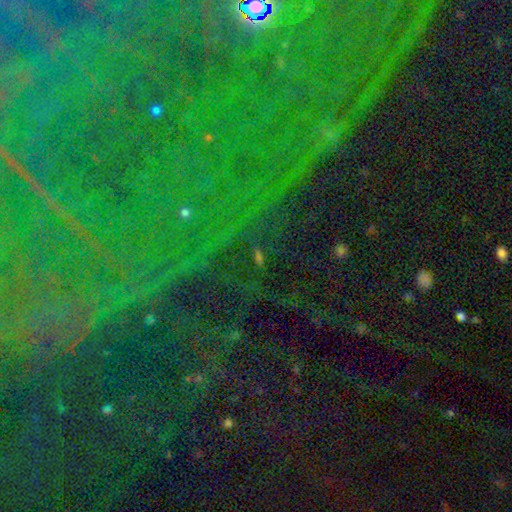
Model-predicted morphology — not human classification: Q: Smooth or featured?
A: star or artifact (81%); runner-up: featured or disk (10%)